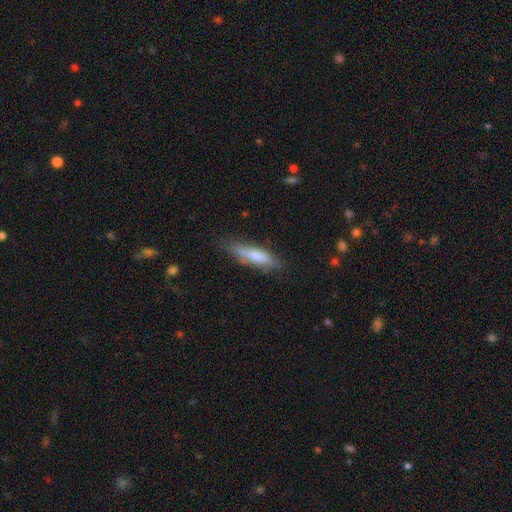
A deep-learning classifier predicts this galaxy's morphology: The model was most divided on "merging": none: 69%, minor disturbance: 23%, major disturbance: 6%, merger: 3%. More confident: how rounded — cigar-shaped (73%); smooth or featured — smooth (71%).